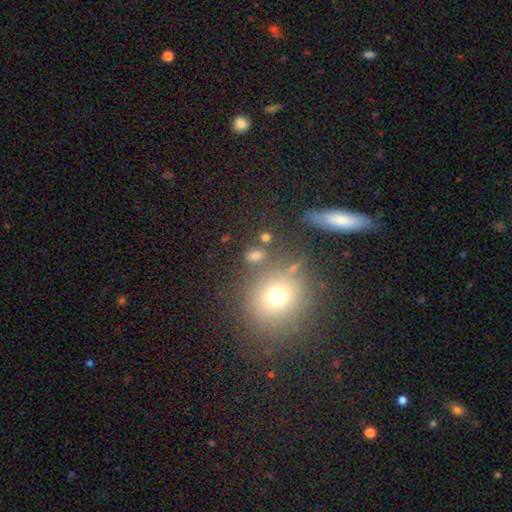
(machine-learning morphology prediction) This appears to be a smooth galaxy with no disk features (64%) that is round (74%). Merging: none (73%).